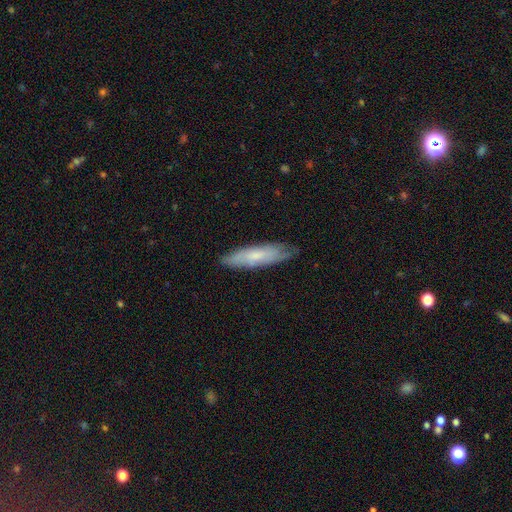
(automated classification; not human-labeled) Overall: smooth (60%; featured or disk 34%). How rounded: cigar-shaped (68%; in between 30%). Merging: none (76%).